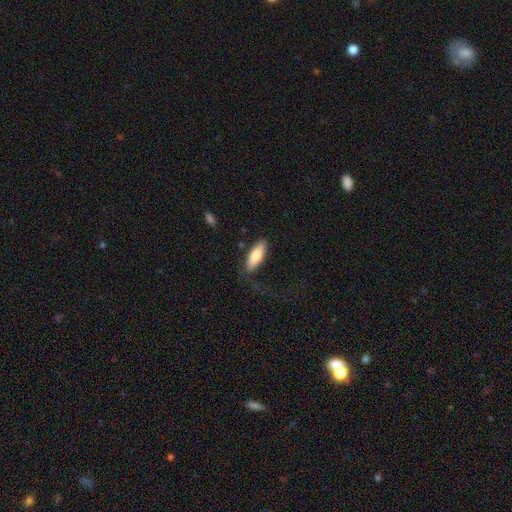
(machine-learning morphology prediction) This appears to be a smooth galaxy with no disk features (76%) that is in between round and cigar-shaped (63%). Merging: none (70%).